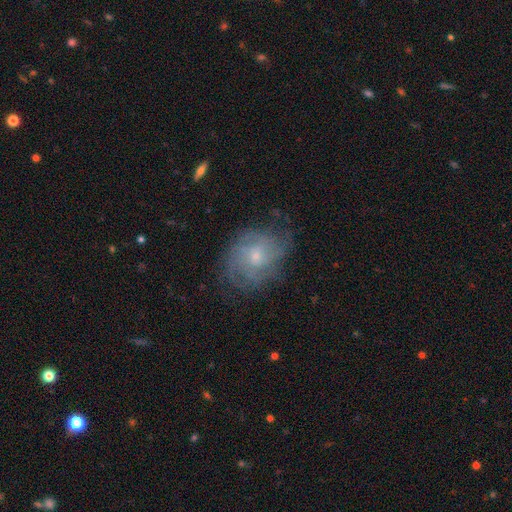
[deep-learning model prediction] Morphology: type=featured or disk (65%); edge-on=no (97%); bar=no (72%); spiral arms=yes (82%); winding=tight (49%); arm count=can't tell (51%); bulge=small (61%); merging=none (64%).